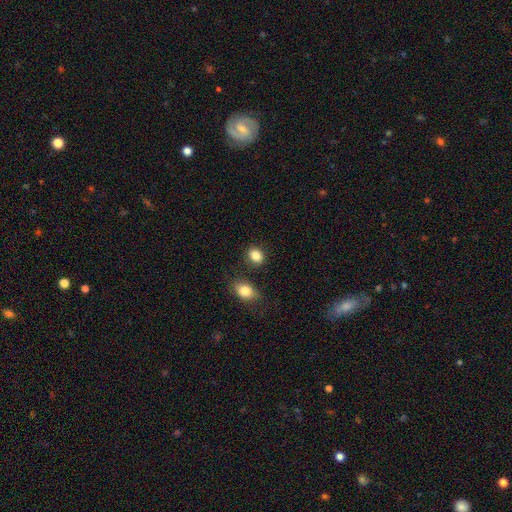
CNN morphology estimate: type=smooth (86%); roundness=in between (53%); merging=none (81%).